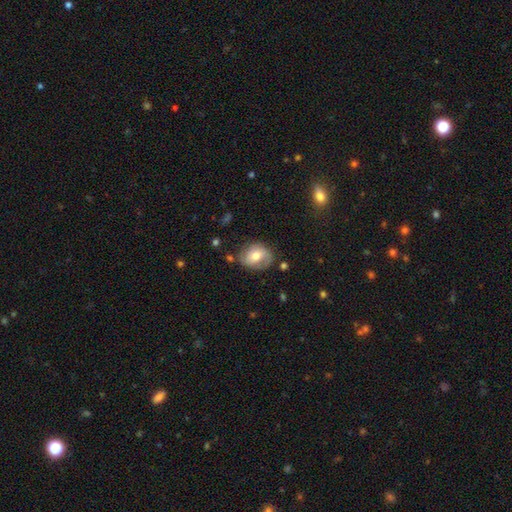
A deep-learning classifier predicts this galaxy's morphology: Smooth or featured? Predicted: smooth (p=0.47). Merging? Predicted: none (p=0.67).